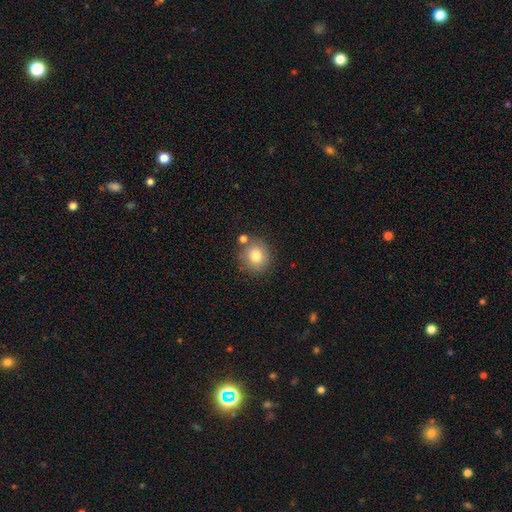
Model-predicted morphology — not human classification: This appears to be a smooth galaxy with no disk features (80%) that is round (85%). Merging: none (76%).